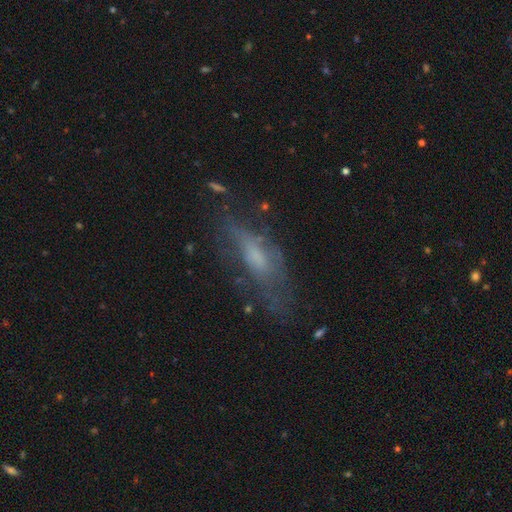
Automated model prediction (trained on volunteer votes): smooth-or-featured: featured or disk: 46% | smooth: 41% | star or artifact: 12%
  merging: none: 53% | minor disturbance: 24% | major disturbance: 20% | merger: 3%